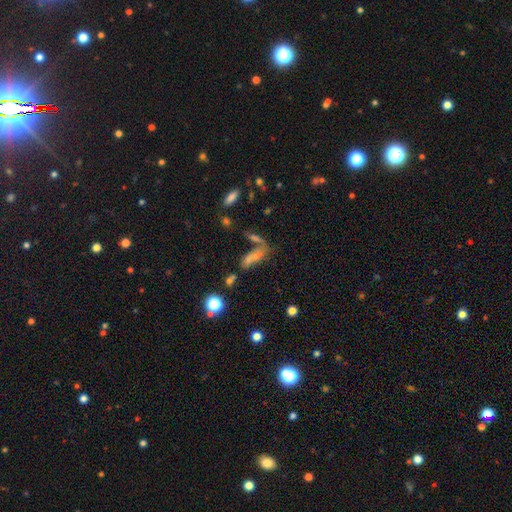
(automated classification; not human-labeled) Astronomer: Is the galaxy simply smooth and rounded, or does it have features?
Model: smooth — 45% (runner-up: featured or disk, 33%).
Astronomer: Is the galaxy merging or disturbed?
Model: none — 37% (runner-up: merger, 34%).